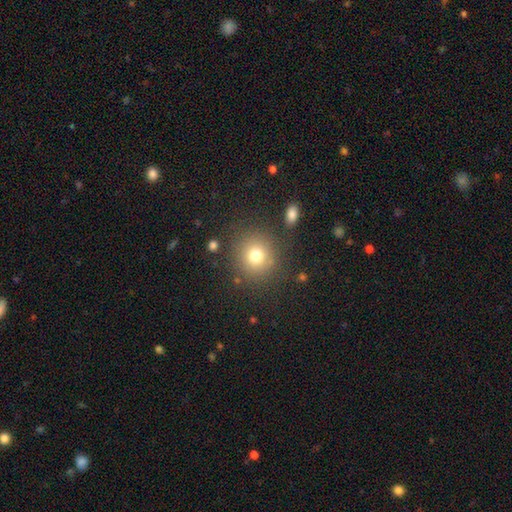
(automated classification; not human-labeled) Overall: smooth (76%). How rounded: round (90%). Merging: none (84%).